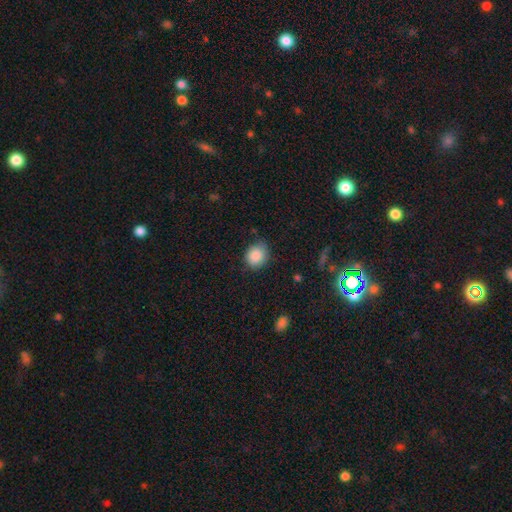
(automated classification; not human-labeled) This appears to be a smooth galaxy with no disk features (87%) that is round (70%). Merging: none (74%).